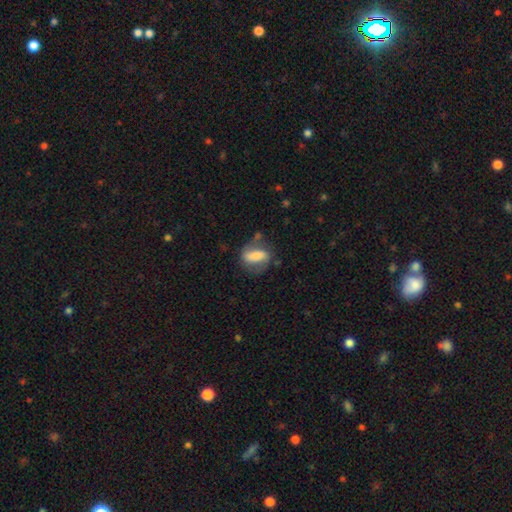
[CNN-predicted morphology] This appears to be a smooth galaxy with no disk features (50%) that is in between round and cigar-shaped (74%). Merging: none (60%).